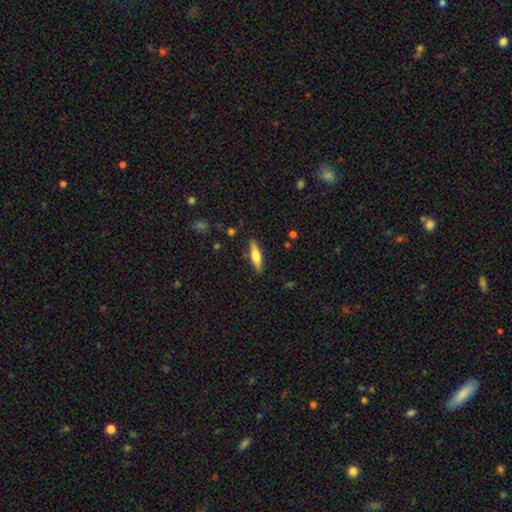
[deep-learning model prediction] This appears to be a featured or disk galaxy (49%). Merging: none (88%).